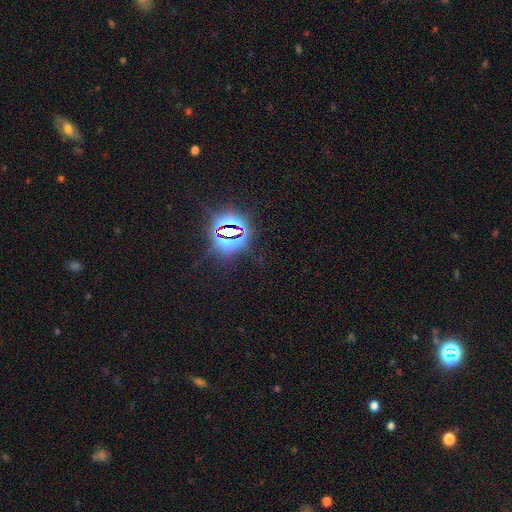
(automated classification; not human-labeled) Smooth or featured? star or artifact (81%)